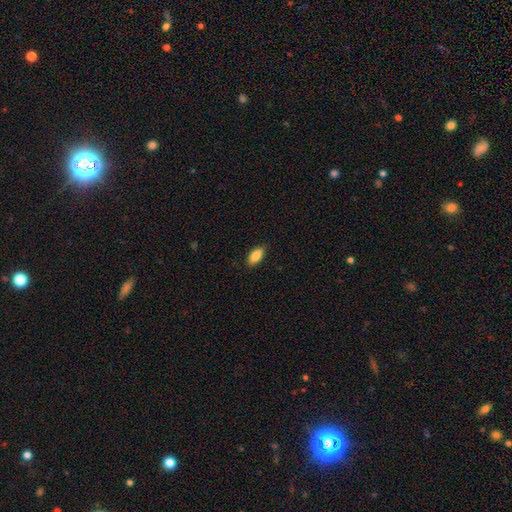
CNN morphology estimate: smooth 87%, star or artifact 7%, featured or disk 6%. Down the decision tree: how rounded — in between (89%); merging — none (88%).